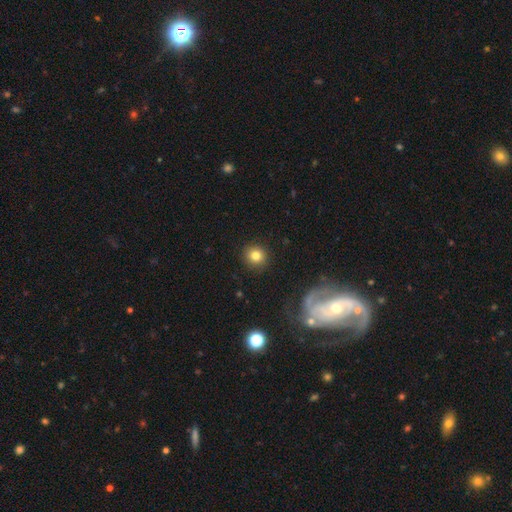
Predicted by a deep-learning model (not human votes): Smooth or featured: smooth — 80% (star or artifact — 11%)
How rounded: round — 92% (in between — 7%)
Merging: none — 91% (minor disturbance — 6%)